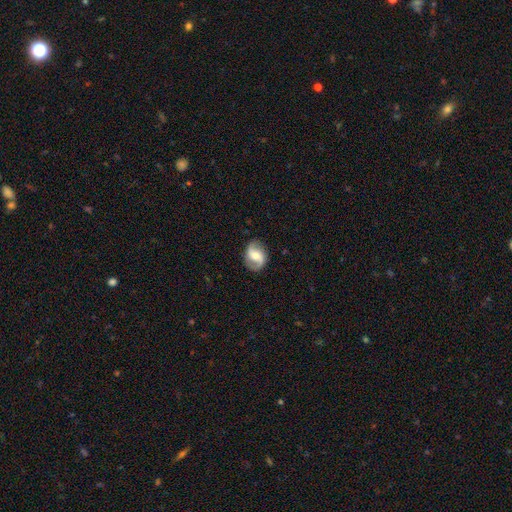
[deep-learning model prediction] Smooth or featured? Predicted: featured or disk (p=0.71). Edge-on disk? Predicted: no (p=0.97). Bar? Predicted: weak (p=0.43). Spiral arms? Predicted: yes (p=0.91). Spiral winding? Predicted: loose (p=0.48). Spiral arm count? Predicted: 2 (p=0.89). Bulge size? Predicted: moderate (p=0.60). Merging? Predicted: none (p=0.82).